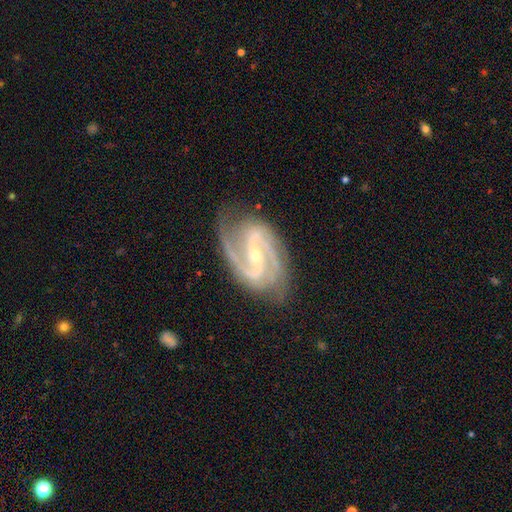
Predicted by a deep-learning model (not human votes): Morphology: type=featured or disk (93%); edge-on=no (97%); bar=strong (43%); spiral arms=yes (99%); winding=medium (58%); arm count=2 (75%); bulge=small (66%); merging=none (77%).